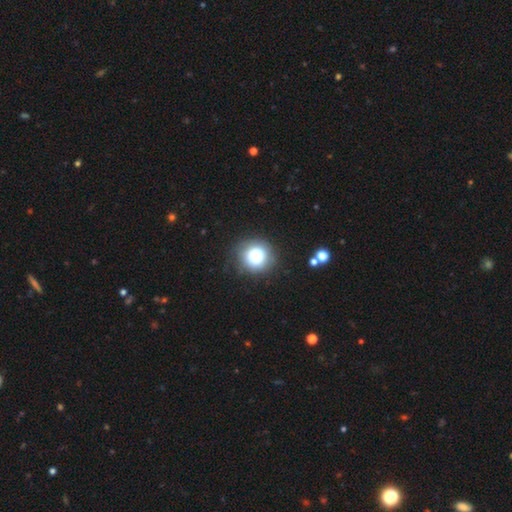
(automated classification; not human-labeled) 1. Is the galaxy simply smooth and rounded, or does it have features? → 79% smooth, 12% star or artifact, 10% featured or disk.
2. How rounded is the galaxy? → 91% round, 8% in between, 1% cigar-shaped.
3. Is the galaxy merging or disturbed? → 85% none, 10% minor disturbance, 3% major disturbance, 2% merger.